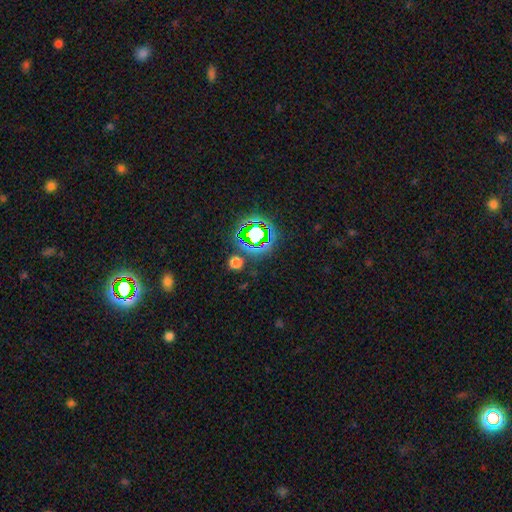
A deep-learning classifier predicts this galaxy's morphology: A star or artifact, not a galaxy (76%).

Vote fractions:
- Smooth or featured? star or artifact: 76% / smooth: 16% / featured or disk: 8%